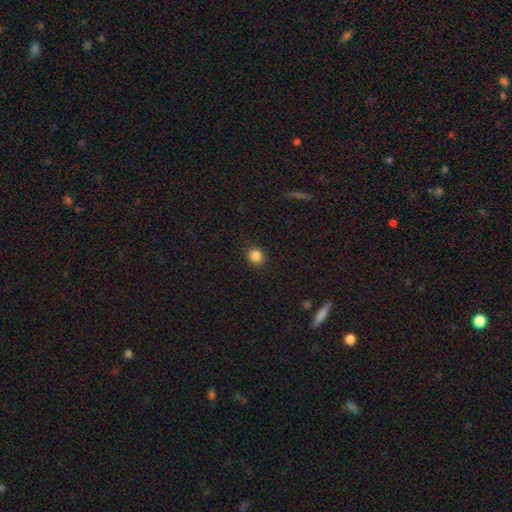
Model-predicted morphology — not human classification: This appears to be a smooth galaxy with no disk features (85%) that is round (80%). Merging: none (90%).